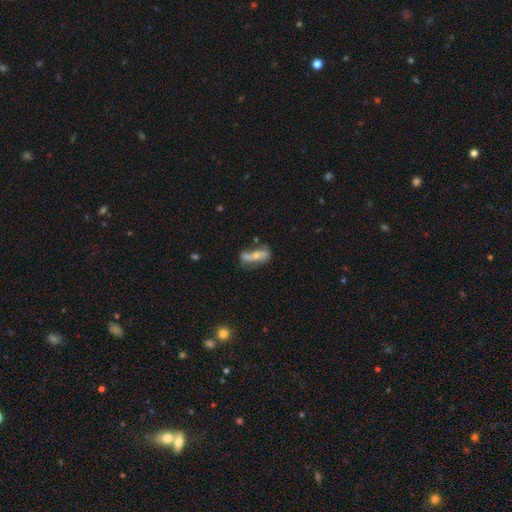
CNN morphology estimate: Smooth or featured? Predicted: featured or disk (p=0.50). Edge-on disk? Predicted: no (p=0.81). Merging? Predicted: none (p=0.39).